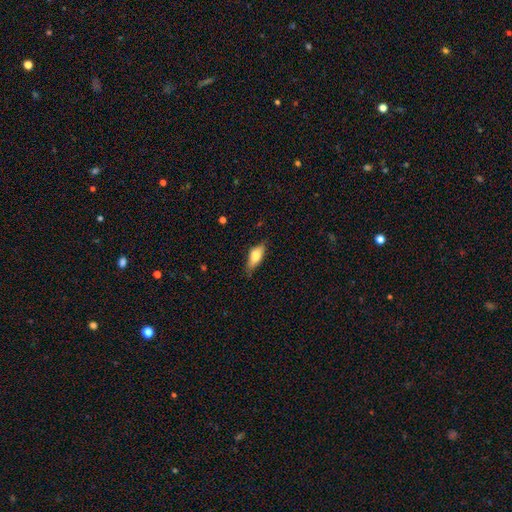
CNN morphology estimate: Q: Smooth or featured?
A: smooth (69%); runner-up: featured or disk (24%)
Q: How rounded?
A: in between (72%); runner-up: cigar-shaped (25%)
Q: Merging?
A: none (72%); runner-up: minor disturbance (22%)